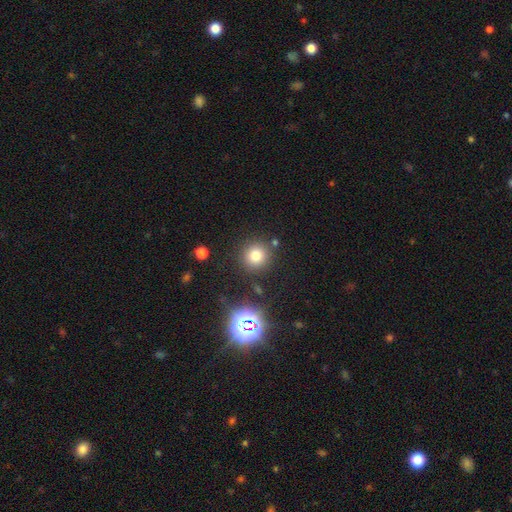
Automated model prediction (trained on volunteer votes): smooth_or_featured: smooth (p=0.74) [alt: star or artifact p=0.18]
how_rounded: round (p=0.92) [alt: in between p=0.07]
merging: none (p=0.84) [alt: minor disturbance p=0.08]